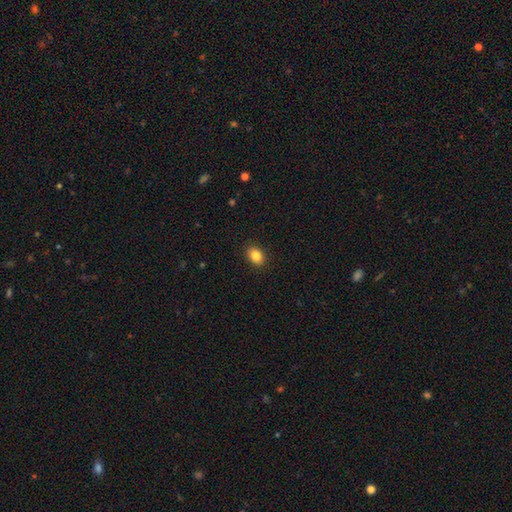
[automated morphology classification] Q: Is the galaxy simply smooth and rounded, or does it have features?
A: smooth — 85%.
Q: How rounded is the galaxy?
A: in between — 74%.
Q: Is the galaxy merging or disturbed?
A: none — 90%.